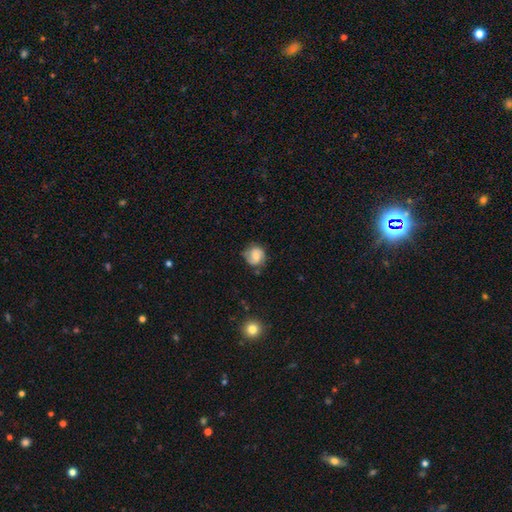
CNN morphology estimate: This is possibly a featured or disk galaxy (50%). Merging: likely none (69%).